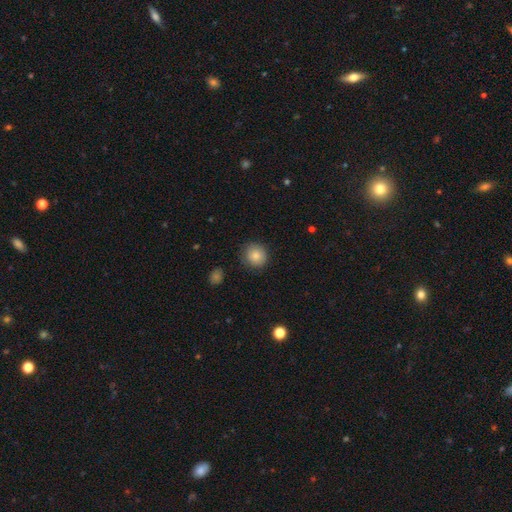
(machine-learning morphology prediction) A smooth galaxy with no disk features (83%) that is round (90%). Merging: none (84%).